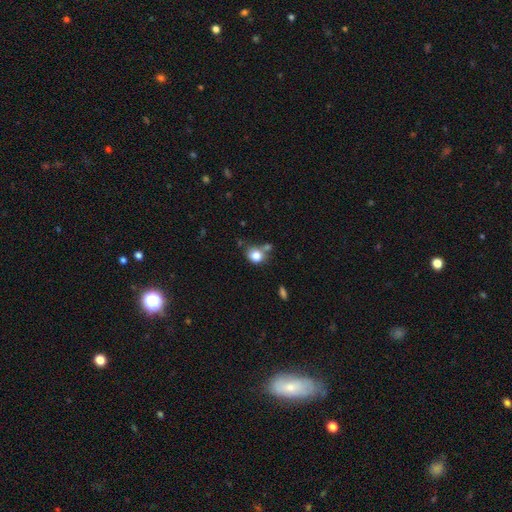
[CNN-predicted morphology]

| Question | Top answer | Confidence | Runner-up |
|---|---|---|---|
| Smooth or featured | smooth | 82% | star or artifact (10%) |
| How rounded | round | 71% | in between (28%) |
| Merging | none | 56% | merger (22%) |